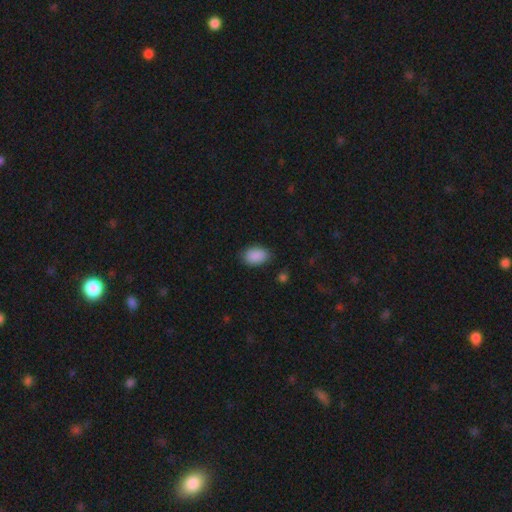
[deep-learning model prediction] A smooth galaxy with no disk features (89%) that is in between round and cigar-shaped (86%).

Vote fractions:
- Smooth or featured? smooth: 89% / star or artifact: 8% / featured or disk: 3%
- How rounded? in between: 86% / round: 13% / cigar-shaped: 1%
- Merging? none: 82% / minor disturbance: 14% / major disturbance: 3% / merger: 1%